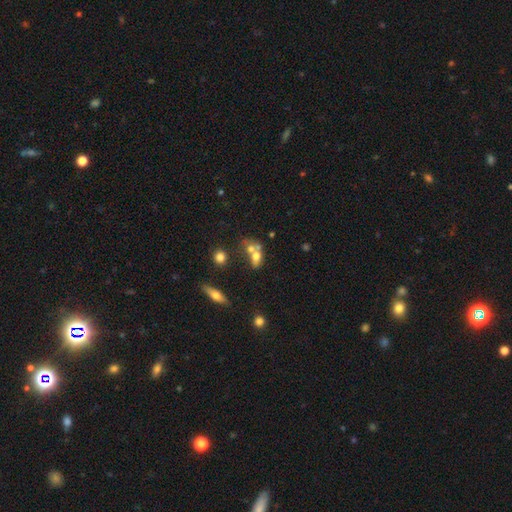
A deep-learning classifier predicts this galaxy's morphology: smooth_or_featured: smooth (p=0.59) [alt: featured or disk p=0.29]
how_rounded: in between (p=0.66) [alt: round p=0.27]
merging: merger (p=0.61) [alt: none p=0.24]